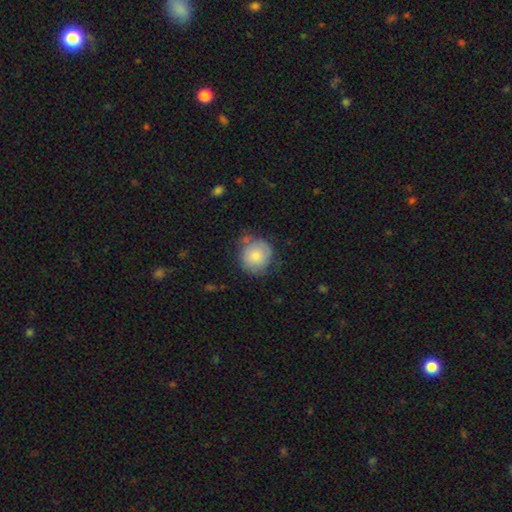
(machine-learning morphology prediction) Smooth or featured: smooth — 75% (featured or disk — 18%)
How rounded: round — 89% (in between — 10%)
Merging: none — 62% (minor disturbance — 26%)